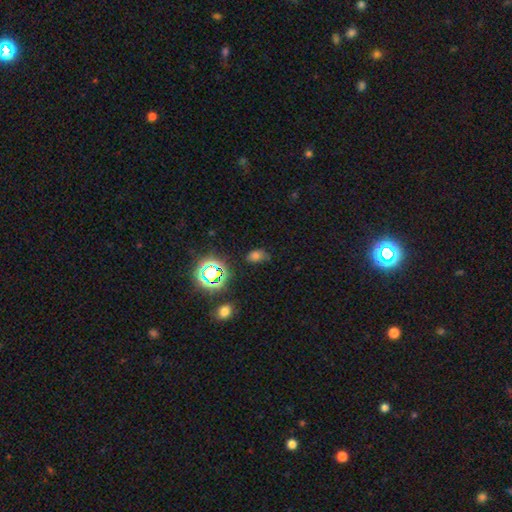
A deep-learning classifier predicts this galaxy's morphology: This is likely a smooth galaxy (63%). How rounded: clearly in between (82%). Merging: likely none (66%).